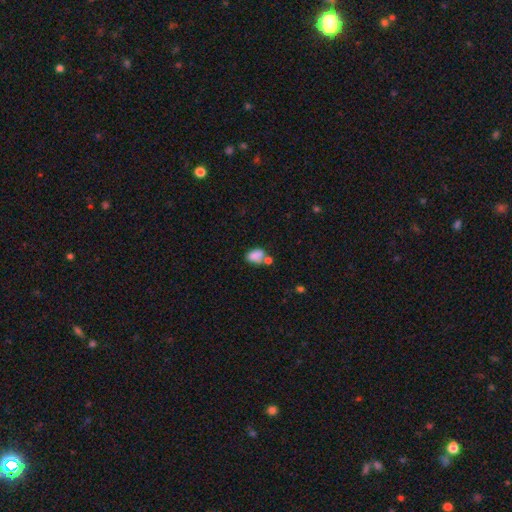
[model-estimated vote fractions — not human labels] Smooth or featured? Predicted: smooth (p=0.78). How rounded? Predicted: in between (p=0.81). Merging? Predicted: merger (p=0.38).